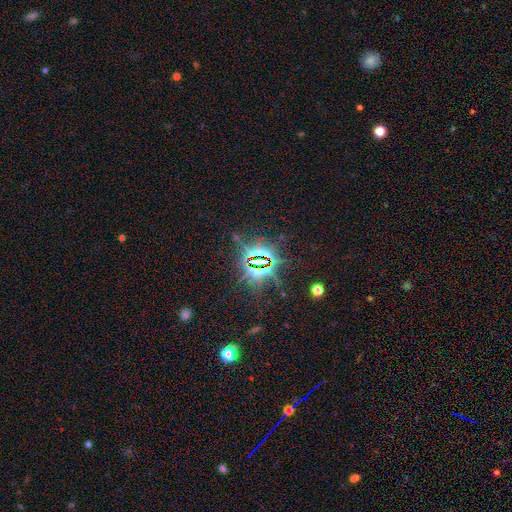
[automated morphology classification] Overall: star or artifact (83%).